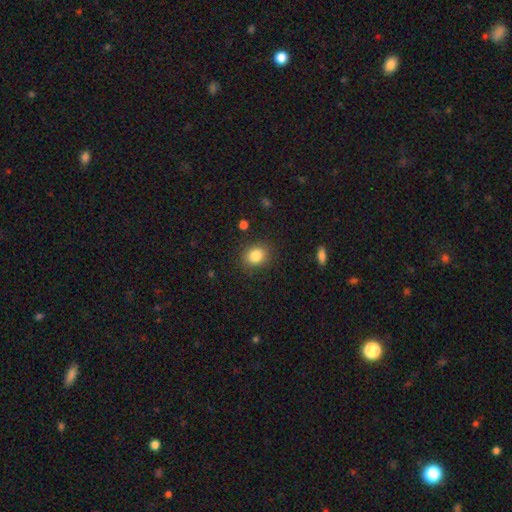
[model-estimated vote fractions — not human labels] smooth-or-featured: smooth: 84% | star or artifact: 10% | featured or disk: 6%
  how-rounded: round: 61% | in between: 38% | cigar-shaped: 1%
  merging: none: 86% | minor disturbance: 10% | major disturbance: 3% | merger: 2%